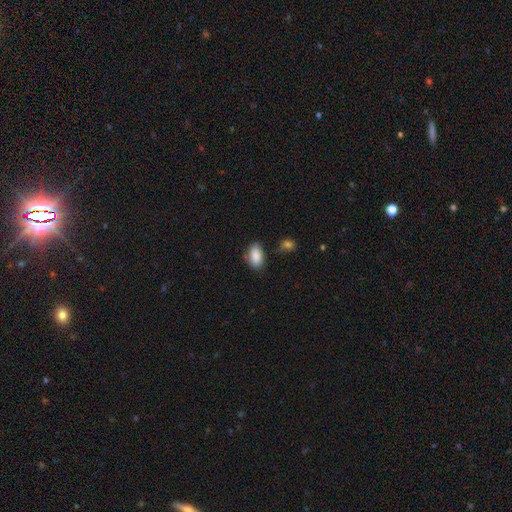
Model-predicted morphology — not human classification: This appears to be a smooth galaxy with no disk features (87%) that is in between round and cigar-shaped (91%). Merging: none (69%).